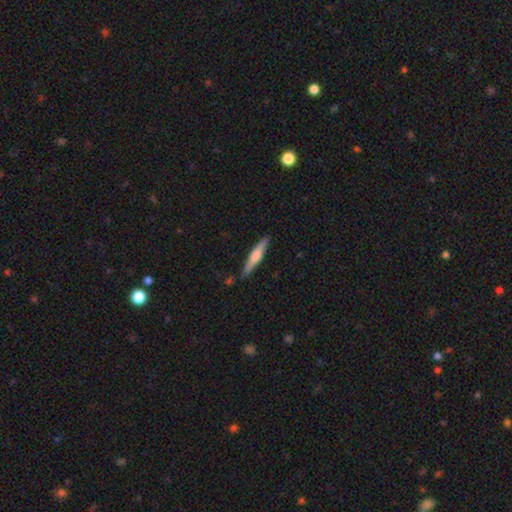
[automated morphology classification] This appears to be a smooth galaxy with no disk features (48%). Merging: none (85%).